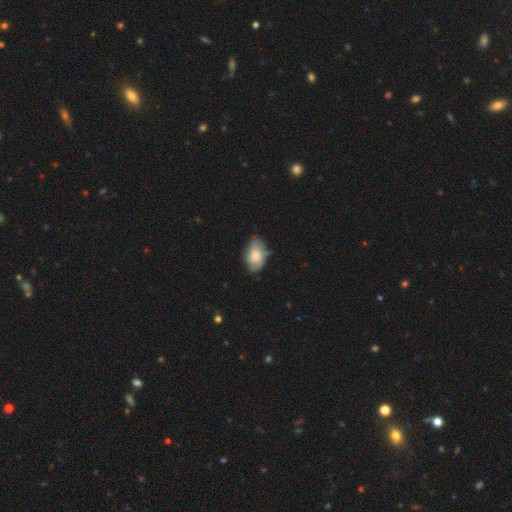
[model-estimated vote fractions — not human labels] smooth-or-featured: smooth: 72% | featured or disk: 21% | star or artifact: 7%
  how-rounded: in between: 90% | round: 8% | cigar-shaped: 2%
  merging: none: 51% | minor disturbance: 36% | major disturbance: 10% | merger: 3%